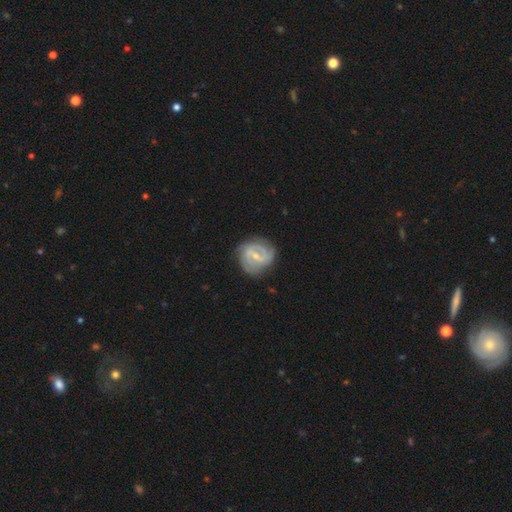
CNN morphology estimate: featured or disk 82%, smooth 13%, star or artifact 5%. Down the decision tree: edge-on disk — no (98%); bar — weak (55%); spiral arms — yes (93%); spiral arm count — 2 (54%); spiral winding — tight (46%); bulge size — small (61%); merging — none (75%).